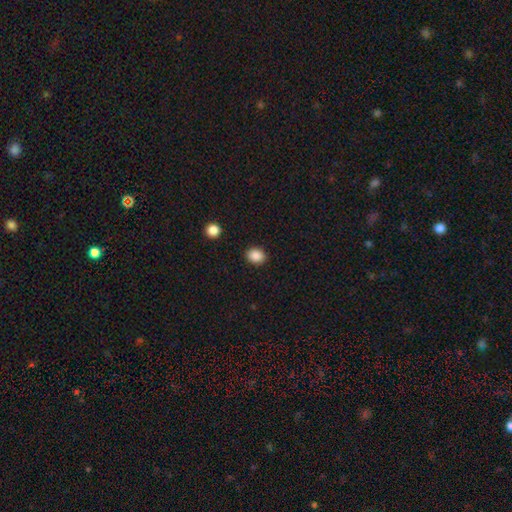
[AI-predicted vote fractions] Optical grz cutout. It shows a smooth galaxy with no disk features (88%) that is round (50%). Merging: none (90%).